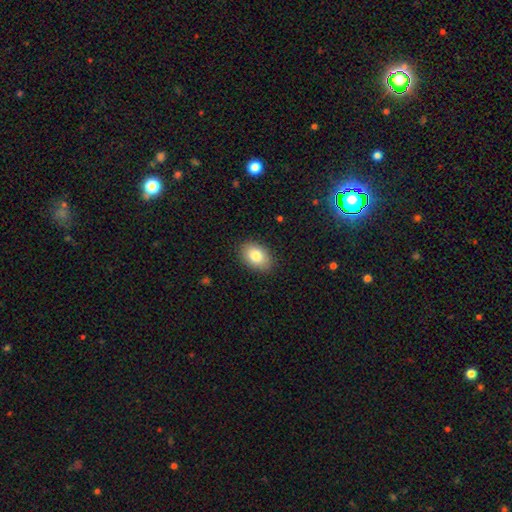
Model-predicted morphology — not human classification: smooth_or_featured: smooth (p=0.83) [alt: featured or disk p=0.09]
how_rounded: in between (p=0.84) [alt: round p=0.14]
merging: none (p=0.87) [alt: minor disturbance p=0.10]